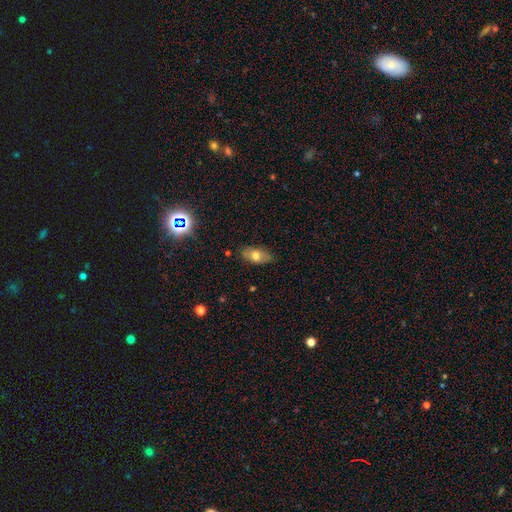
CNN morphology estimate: This is likely a smooth galaxy (70%). How rounded: clearly in between (89%). Merging: clearly none (83%).